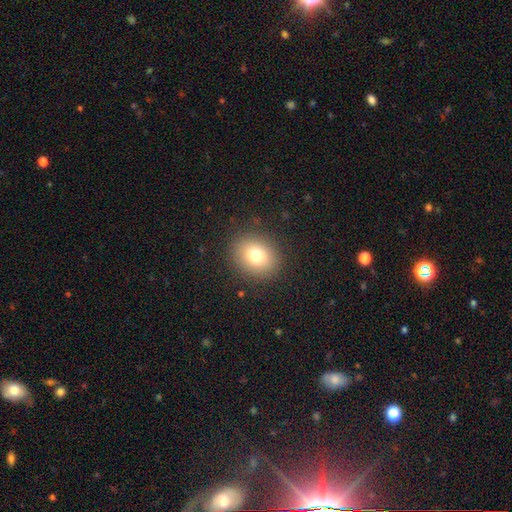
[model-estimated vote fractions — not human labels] Morphology: type=smooth (77%); roundness=round (65%); merging=none (88%).